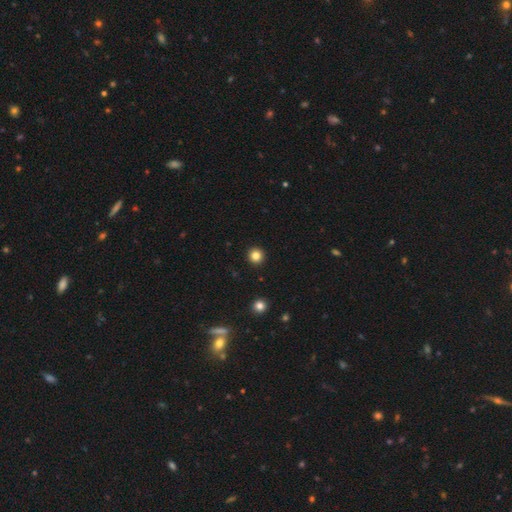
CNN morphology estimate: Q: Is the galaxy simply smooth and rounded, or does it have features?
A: smooth — 83%.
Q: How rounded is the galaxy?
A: round — 96%.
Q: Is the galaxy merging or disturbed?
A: none — 94%.